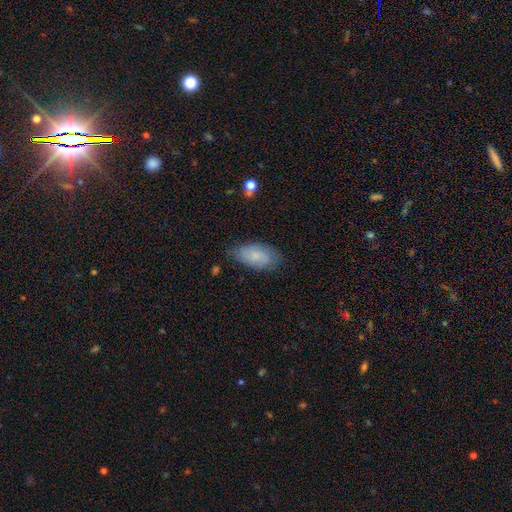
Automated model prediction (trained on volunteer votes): Overall: smooth (67%). How rounded: in between (92%). Merging: none (73%).